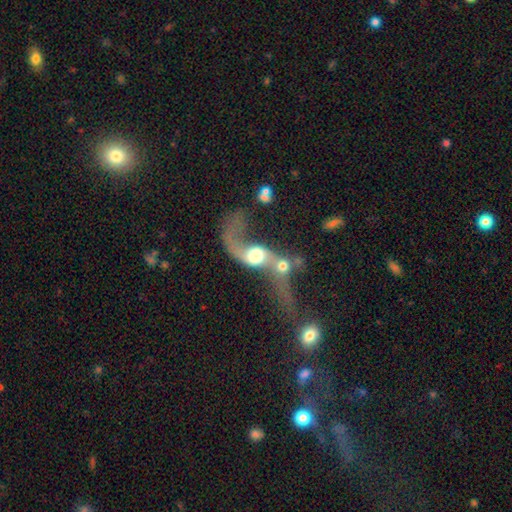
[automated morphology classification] A featured or disk galaxy (66%) with no bar (61%), spiral arms (80%) and a moderate central bulge (44%). Merging: merger (71%).